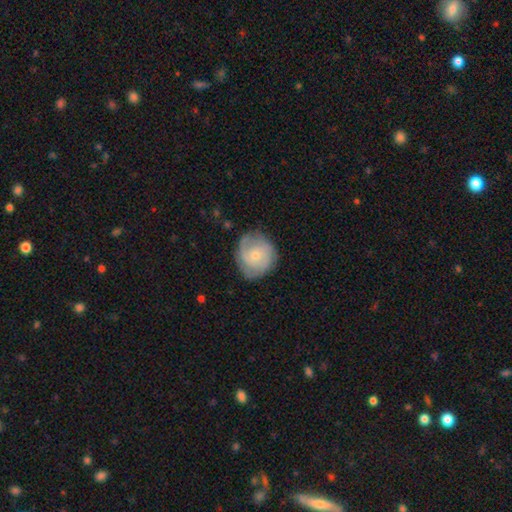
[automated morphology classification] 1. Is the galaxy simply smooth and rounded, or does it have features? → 57% featured or disk, 36% smooth, 6% star or artifact.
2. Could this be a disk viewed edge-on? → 98% no, 2% yes.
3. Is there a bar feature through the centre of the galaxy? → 75% no, 22% weak, 3% strong.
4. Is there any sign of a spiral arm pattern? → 85% yes, 15% no.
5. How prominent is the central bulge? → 66% small, 29% moderate, 3% none, 1% large, 1% dominant.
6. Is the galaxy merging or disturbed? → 72% none, 21% minor disturbance, 6% major disturbance, 1% merger.